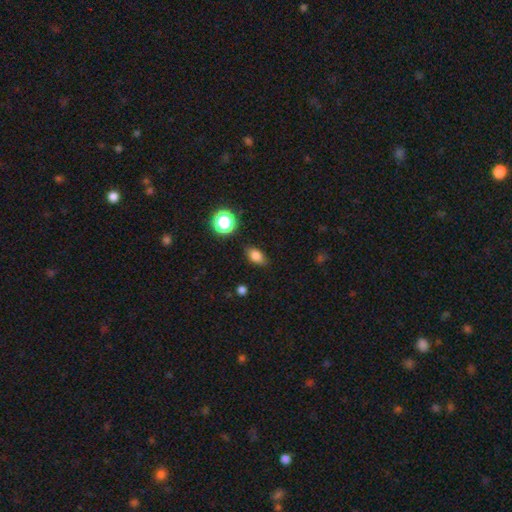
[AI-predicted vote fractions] Overall: smooth (81%). How rounded: in between (82%). Merging: none (83%).